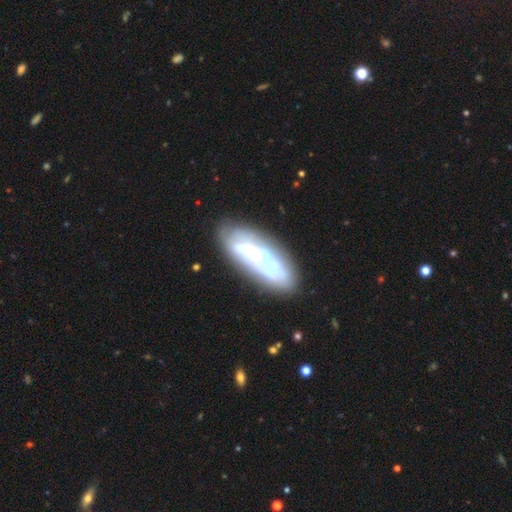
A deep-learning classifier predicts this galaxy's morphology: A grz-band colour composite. It shows a featured or disk galaxy (65%) with no bar (66%), no spiral arms (67%) and a moderate central bulge (35%). Merging: none (60%).